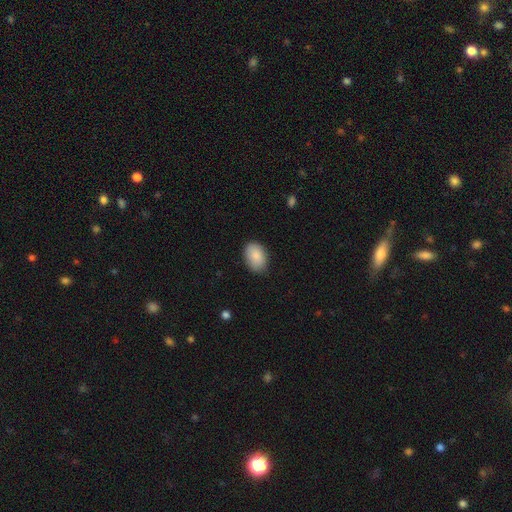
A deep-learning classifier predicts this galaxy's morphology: type=smooth (88%); roundness=in between (86%); merging=none (82%).